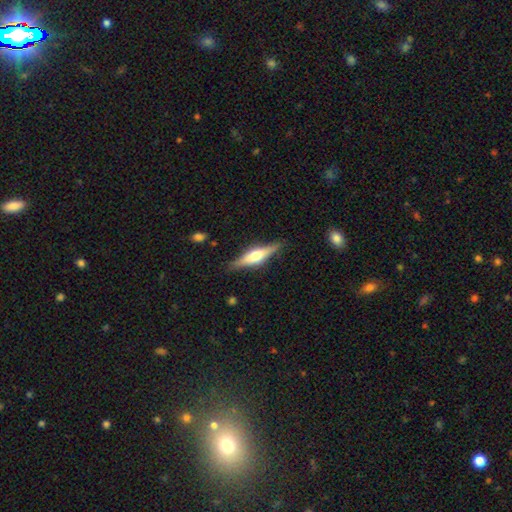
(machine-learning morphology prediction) This is likely a featured or disk galaxy (66%). It is clearly viewed edge-on (96%). Edge-on bulge: clearly rounded (86%). Merging: clearly none (87%).